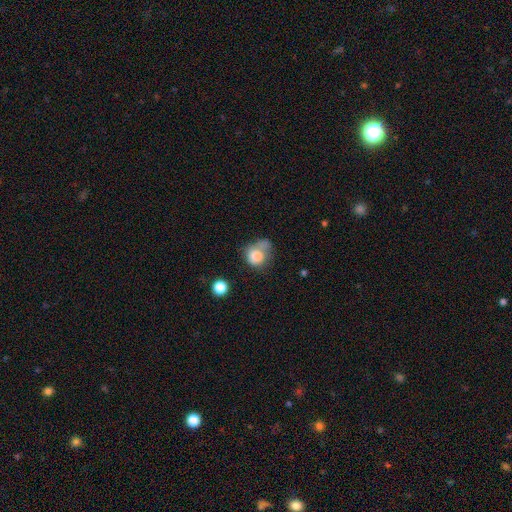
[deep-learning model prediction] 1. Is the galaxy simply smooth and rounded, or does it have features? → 77% smooth, 13% featured or disk, 9% star or artifact.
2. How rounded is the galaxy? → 64% round, 35% in between, 1% cigar-shaped.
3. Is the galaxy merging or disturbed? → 28% none, 27% major disturbance, 24% minor disturbance, 21% merger.